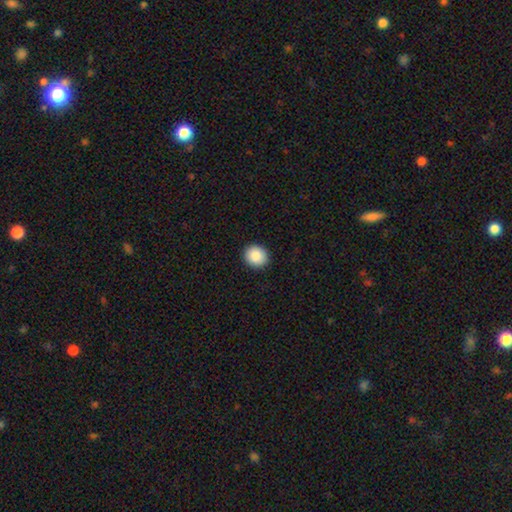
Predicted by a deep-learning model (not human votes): Smooth or featured? Predicted: smooth (p=0.87). How rounded? Predicted: round (p=0.82). Merging? Predicted: none (p=0.92).